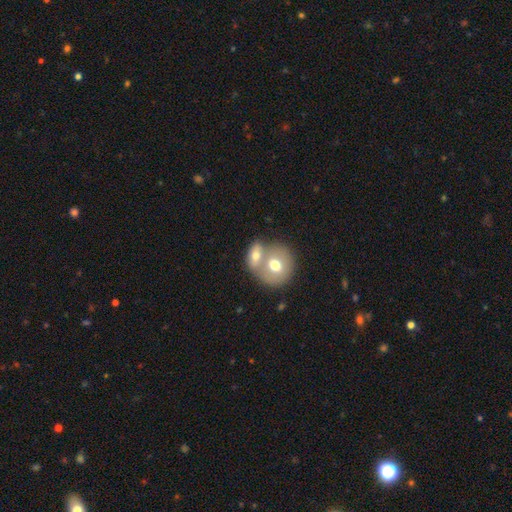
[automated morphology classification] Smooth or featured: smooth — 67% (featured or disk — 27%)
How rounded: round — 51% (in between — 47%)
Merging: merger — 65% (none — 24%)